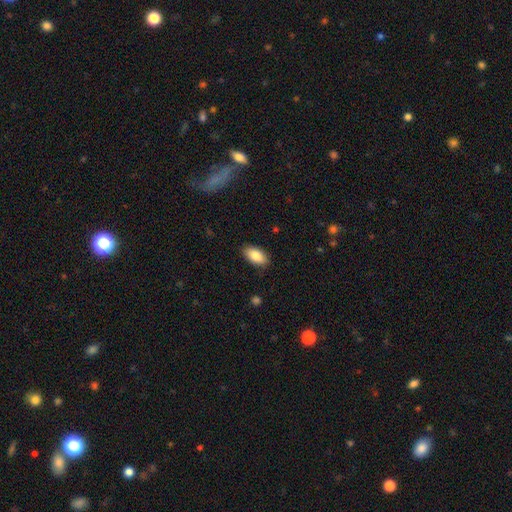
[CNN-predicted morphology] A smooth galaxy with no disk features (84%) that is in between round and cigar-shaped (93%). Merging: none (86%).